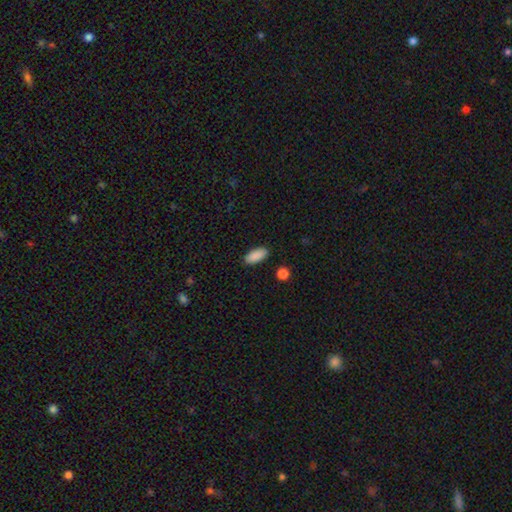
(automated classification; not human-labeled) Smooth or featured? smooth (90%)
How rounded? in between (87%)
Merging? none (89%)